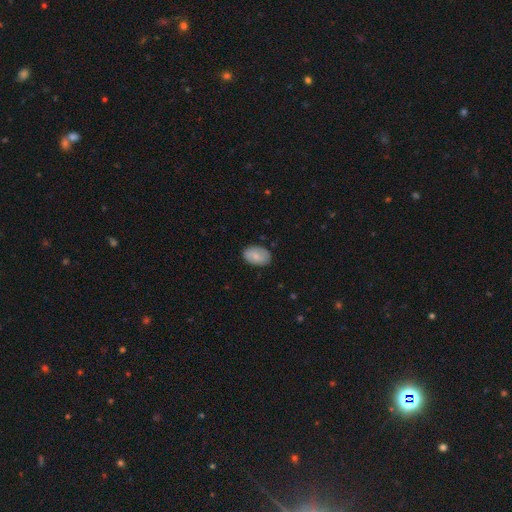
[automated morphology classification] Smooth or featured?
  - smooth: 72% *
  - featured or disk: 22%
  - star or artifact: 6%
How rounded?
  - in between: 89% *
  - round: 9%
  - cigar-shaped: 1%
Merging?
  - none: 82% *
  - minor disturbance: 14%
  - major disturbance: 3%
  - merger: 1%